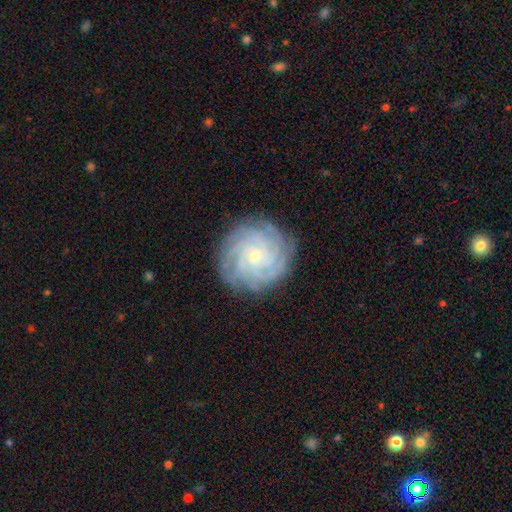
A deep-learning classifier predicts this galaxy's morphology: A featured or disk galaxy (85%) with no bar (75%), more than 4 (30%) tight (84%) spiral arms (98%) and a small central bulge (80%). Merging: none (86%).